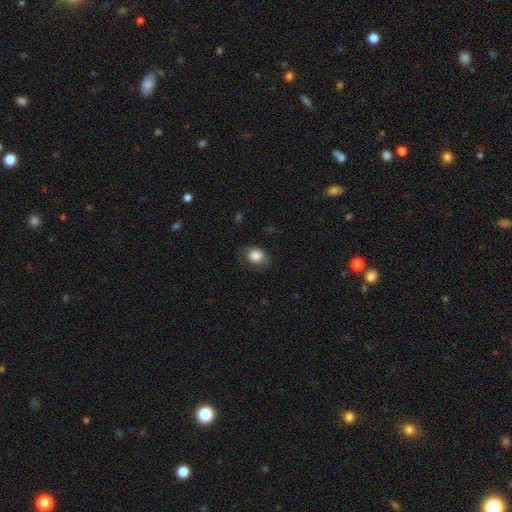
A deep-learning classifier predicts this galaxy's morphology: A smooth galaxy with no disk features (85%) that is round (53%). Merging: none (67%).